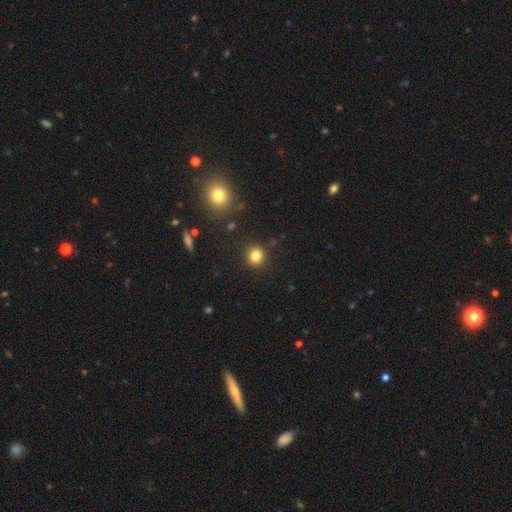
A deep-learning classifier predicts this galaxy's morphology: A smooth galaxy with no disk features (81%) that is round (90%). Merging: none (90%).